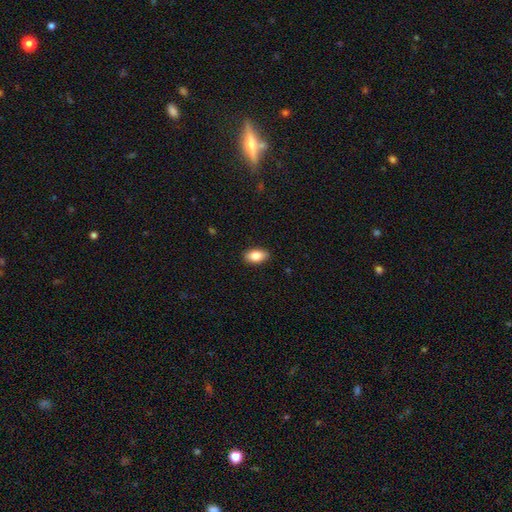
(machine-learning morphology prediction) This is clearly a smooth galaxy (83%). How rounded: clearly in between (91%). Merging: clearly none (88%).